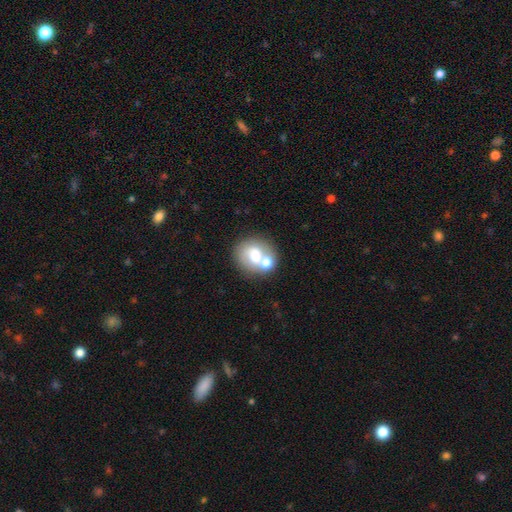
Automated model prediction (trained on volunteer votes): Smooth or featured: smooth — 60% (featured or disk — 32%)
How rounded: round — 66% (in between — 33%)
Merging: merger — 45% (none — 37%)